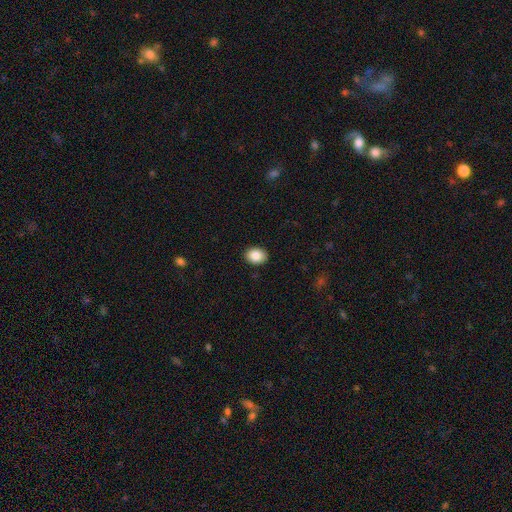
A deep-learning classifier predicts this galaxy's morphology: Overall: smooth (87%). How rounded: in between (63%; round 36%). Merging: none (91%).